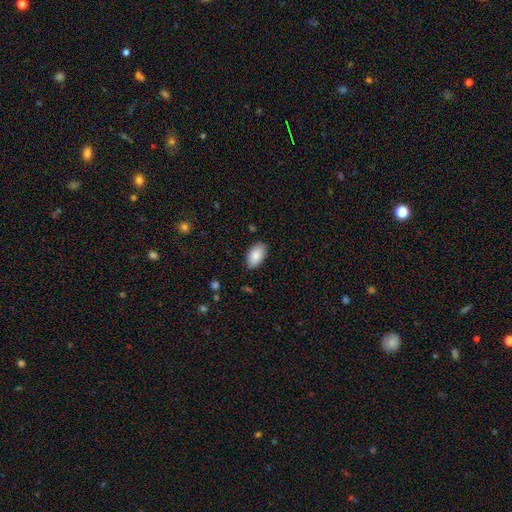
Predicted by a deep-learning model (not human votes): This appears to be a smooth galaxy with no disk features (85%) that is in between round and cigar-shaped (95%). Merging: none (85%).